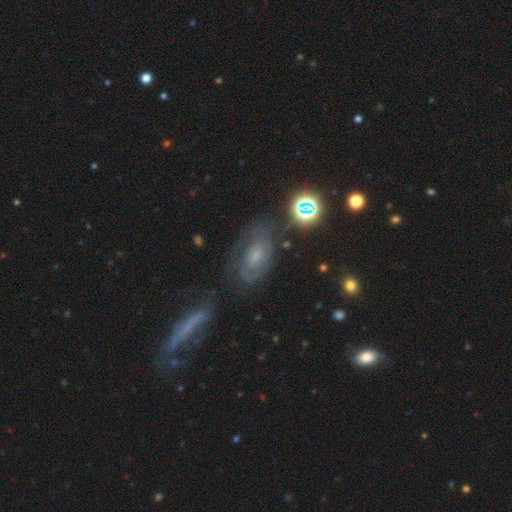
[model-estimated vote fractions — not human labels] smooth-or-featured: featured or disk: 53% | smooth: 29% | star or artifact: 17%
  disk-edge-on: no: 91% | yes: 9%
  merging: none: 63% | minor disturbance: 21% | major disturbance: 12% | merger: 5%